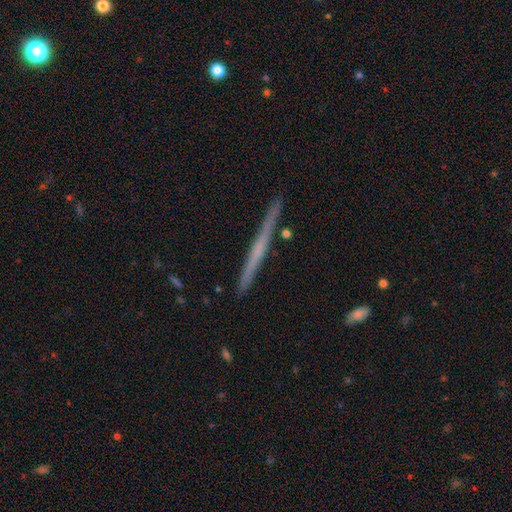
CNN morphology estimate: This appears to be a featured or disk galaxy (61%) viewed edge-on (98%) with no central bulge (77%). Merging: none (91%).